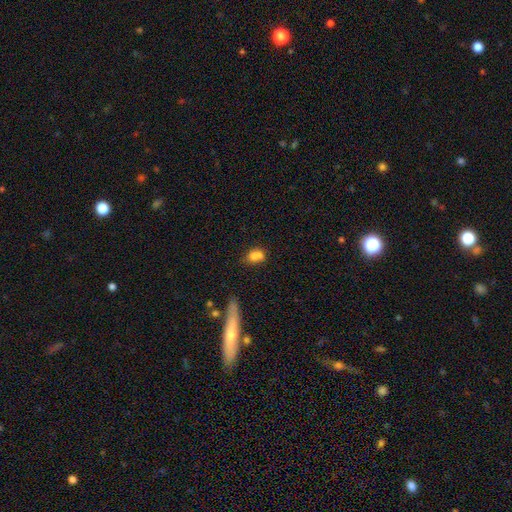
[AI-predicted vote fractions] Morphology: type=smooth (74%); roundness=in between (63%); merging=merger (44%).